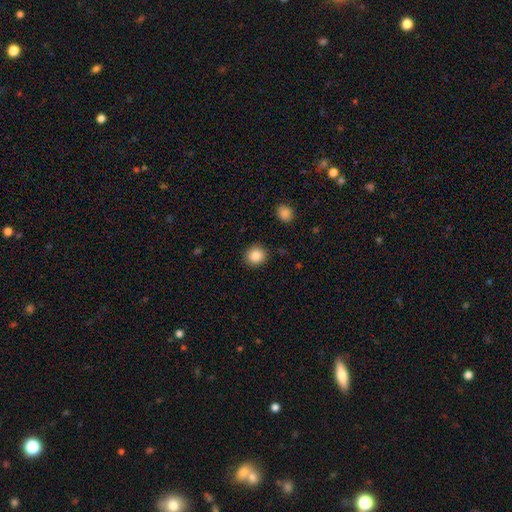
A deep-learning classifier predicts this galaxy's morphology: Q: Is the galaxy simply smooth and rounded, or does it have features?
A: smooth — 87%.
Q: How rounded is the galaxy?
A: round — 88%.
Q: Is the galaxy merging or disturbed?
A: none — 90%.